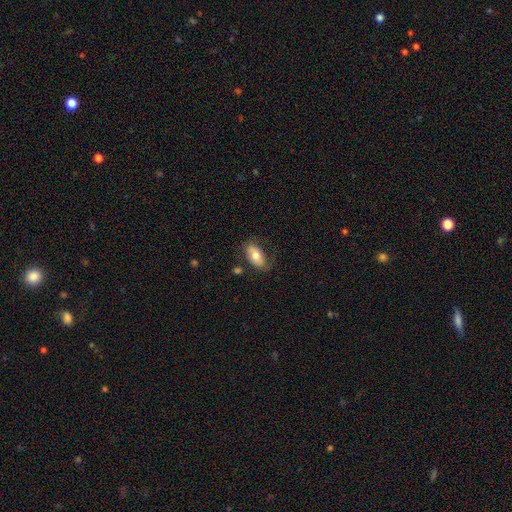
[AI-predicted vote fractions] smooth-or-featured: smooth: 71% | featured or disk: 23% | star or artifact: 7%
  how-rounded: in between: 92% | cigar-shaped: 5% | round: 4%
  merging: none: 65% | minor disturbance: 22% | major disturbance: 10% | merger: 3%